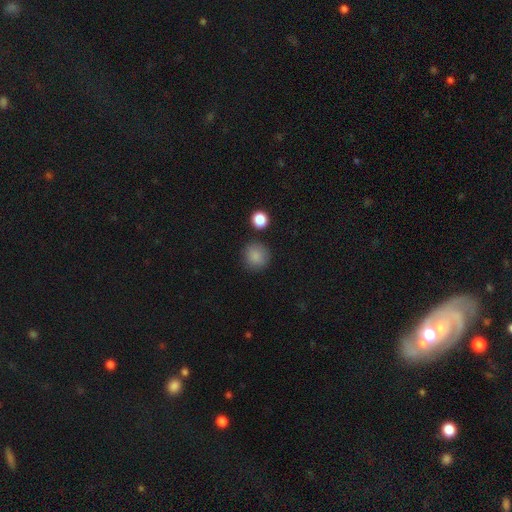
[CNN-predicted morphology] A smooth galaxy with no disk features (86%) that is round (90%).

Vote fractions:
- Smooth or featured? smooth: 86% / star or artifact: 10% / featured or disk: 4%
- How rounded? round: 90% / in between: 9% / cigar-shaped: 1%
- Merging? none: 84% / minor disturbance: 10% / merger: 3% / major disturbance: 3%